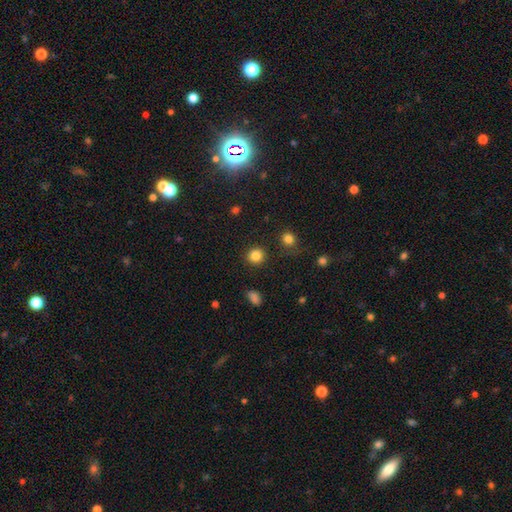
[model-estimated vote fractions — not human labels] smooth 84%, star or artifact 11%, featured or disk 4%. Down the decision tree: how rounded — round (91%); merging — none (90%).